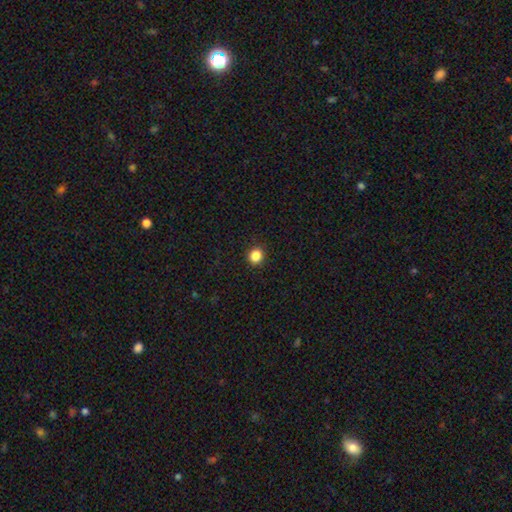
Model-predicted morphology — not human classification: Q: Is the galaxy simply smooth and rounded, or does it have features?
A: smooth — 85%.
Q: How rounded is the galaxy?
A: round — 88%.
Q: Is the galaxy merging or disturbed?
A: none — 93%.